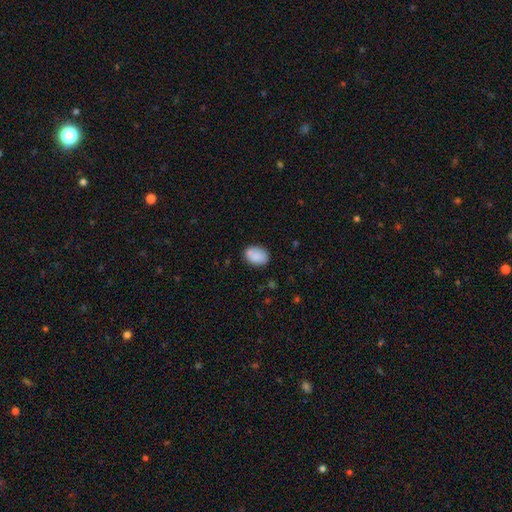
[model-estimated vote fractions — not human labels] This is clearly a smooth galaxy (85%). How rounded: likely in between (78%). Merging: likely none (75%).